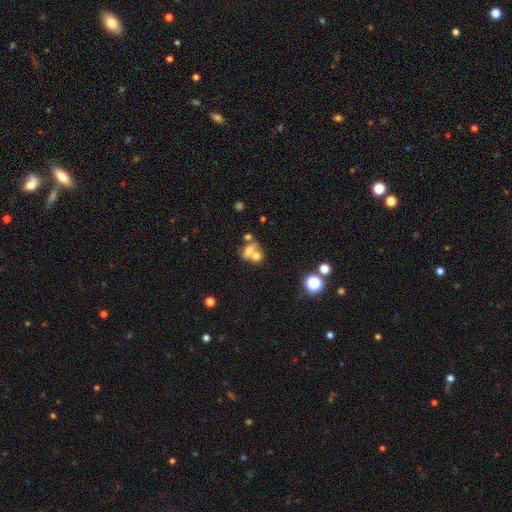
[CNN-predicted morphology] Q: Smooth or featured?
A: smooth (60%); runner-up: featured or disk (25%)
Q: How rounded?
A: in between (52%); runner-up: round (45%)
Q: Merging?
A: merger (60%); runner-up: none (26%)